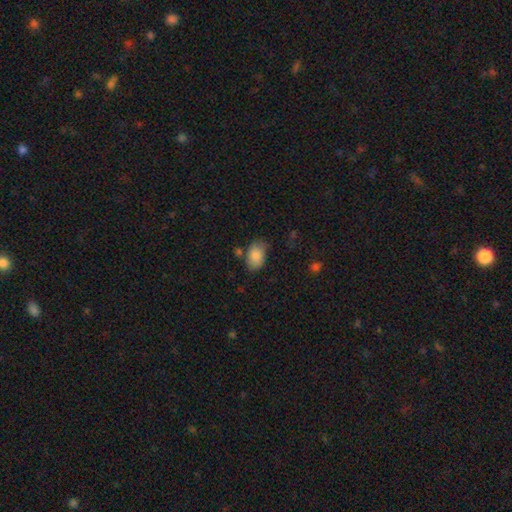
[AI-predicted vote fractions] A smooth galaxy with no disk features (86%) that is in between round and cigar-shaped (85%).

Vote fractions:
- Smooth or featured? smooth: 86% / star or artifact: 7% / featured or disk: 7%
- How rounded? in between: 85% / round: 14% / cigar-shaped: 1%
- Merging? none: 67% / minor disturbance: 21% / merger: 6% / major disturbance: 6%